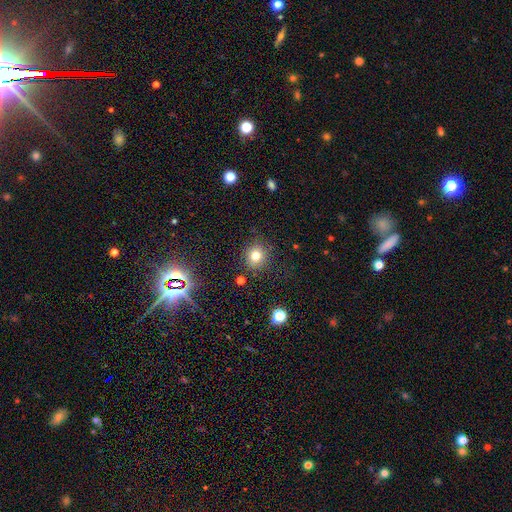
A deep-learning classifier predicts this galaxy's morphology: smooth-or-featured: smooth: 77% | star or artifact: 15% | featured or disk: 8%
  how-rounded: round: 87% | in between: 12% | cigar-shaped: 1%
  merging: none: 85% | minor disturbance: 10% | major disturbance: 3% | merger: 2%